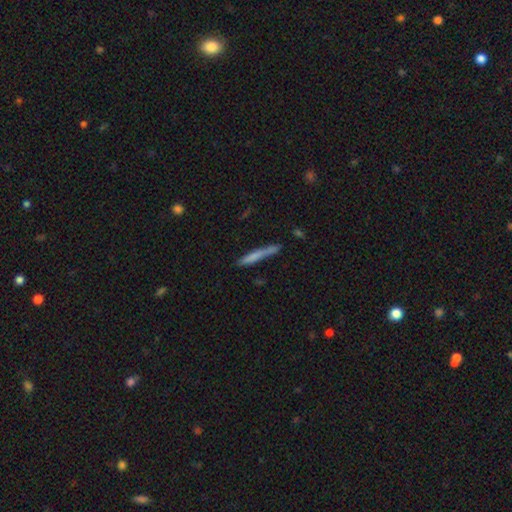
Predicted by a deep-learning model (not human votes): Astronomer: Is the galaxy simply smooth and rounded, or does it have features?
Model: smooth — 68%.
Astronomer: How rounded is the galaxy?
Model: cigar-shaped — 95%.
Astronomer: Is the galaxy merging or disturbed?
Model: none — 74%.